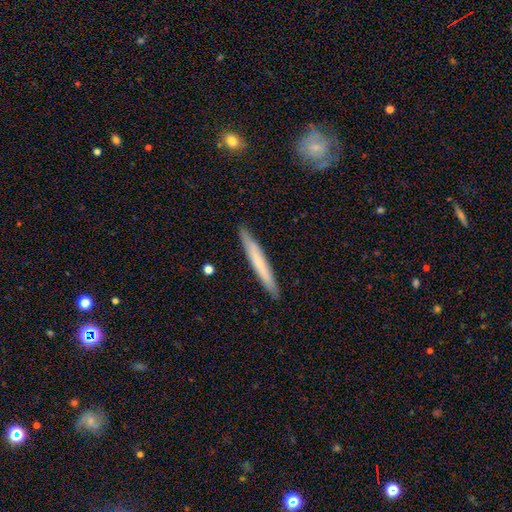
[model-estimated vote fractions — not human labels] Smooth or featured? Predicted: smooth (p=0.59). How rounded? Predicted: cigar-shaped (p=0.97). Merging? Predicted: none (p=0.92).